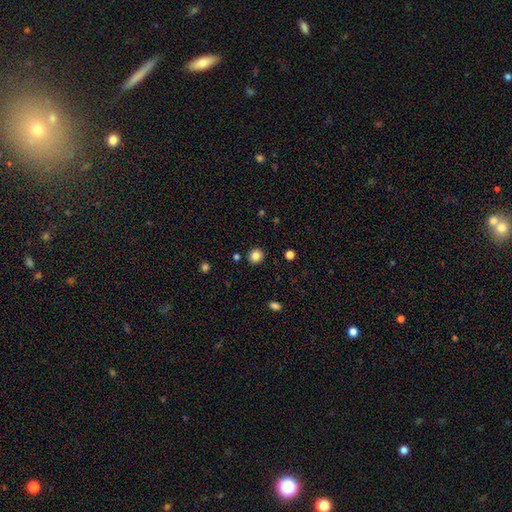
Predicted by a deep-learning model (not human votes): smooth 84%, star or artifact 11%, featured or disk 5%. Down the decision tree: how rounded — round (86%); merging — none (90%).